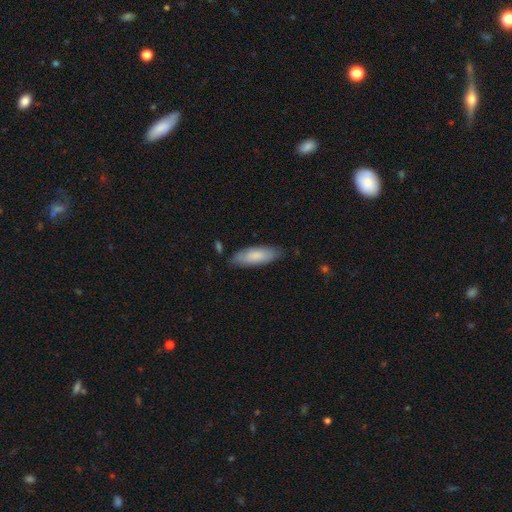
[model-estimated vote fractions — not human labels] The model was most divided on "how rounded": in between: 60%, cigar-shaped: 39%, round: 1%. More confident: smooth or featured — smooth (80%); merging — none (79%).